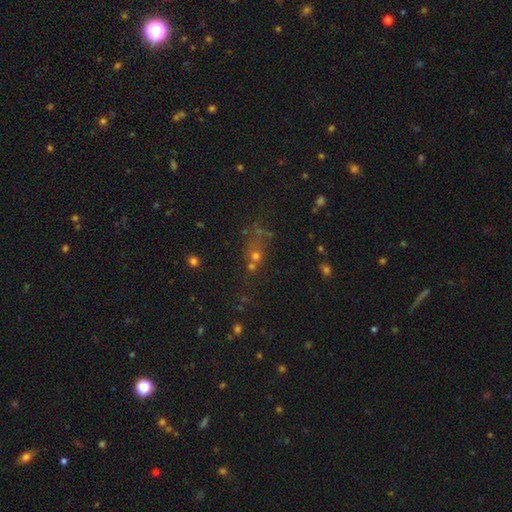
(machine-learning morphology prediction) Smooth or featured? smooth (50%)
How rounded? round (66%)
Merging? none (42%)